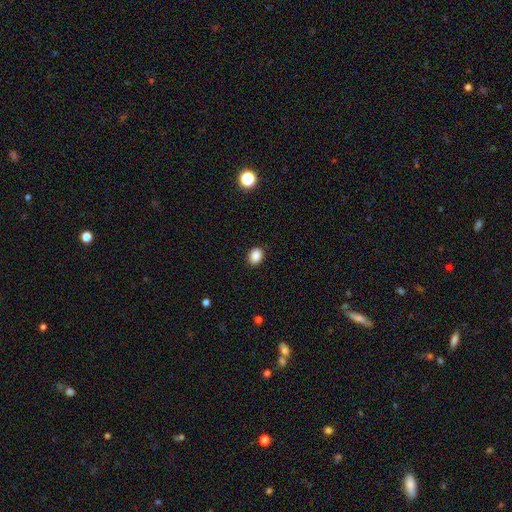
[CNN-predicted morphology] smooth 88%, star or artifact 9%, featured or disk 3%. Down the decision tree: how rounded — in between (63%); merging — none (88%).